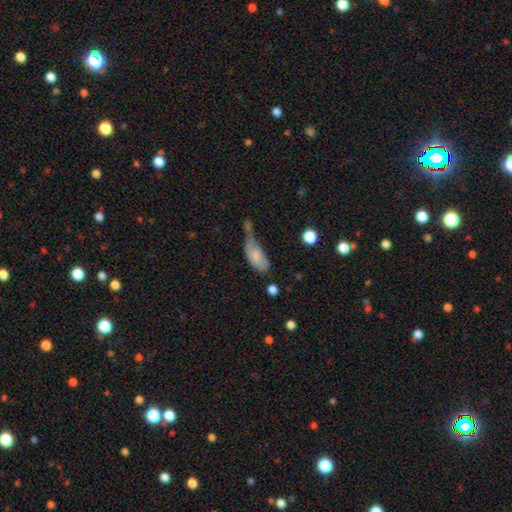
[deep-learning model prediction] This appears to be a smooth galaxy with no disk features (73%) that is in between round and cigar-shaped (87%). Merging: major disturbance (32%).